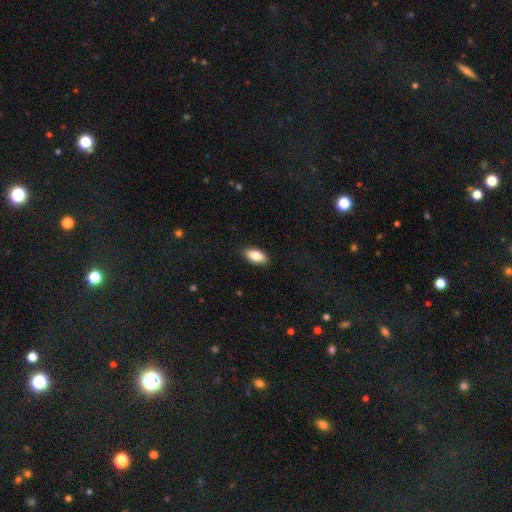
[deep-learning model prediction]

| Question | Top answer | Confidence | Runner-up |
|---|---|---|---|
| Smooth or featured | smooth | 86% | featured or disk (7%) |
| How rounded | in between | 91% | cigar-shaped (7%) |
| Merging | none | 88% | minor disturbance (9%) |